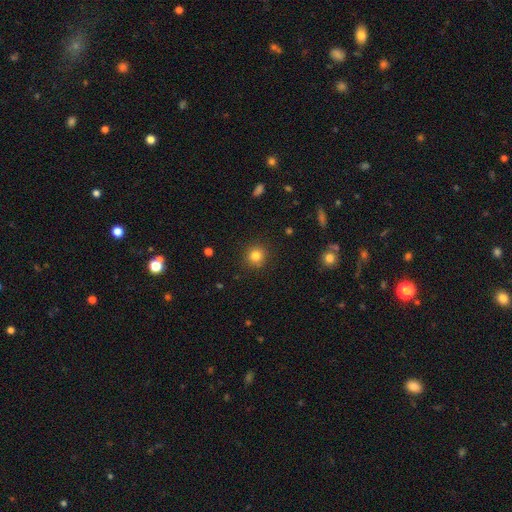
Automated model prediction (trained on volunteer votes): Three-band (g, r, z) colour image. It shows a smooth galaxy with no disk features (81%) that is round (92%). Merging: none (89%).